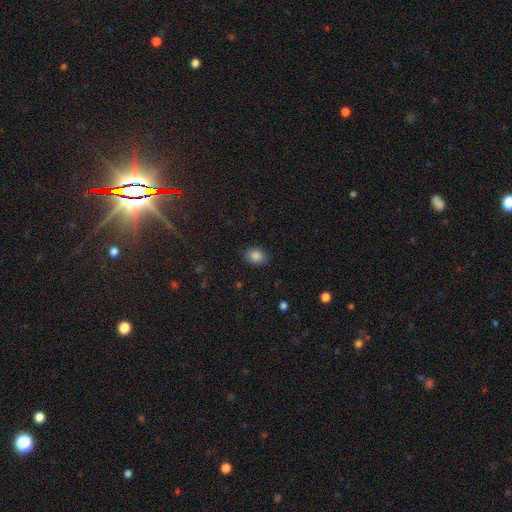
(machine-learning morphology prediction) A smooth galaxy with no disk features (86%) that is in between round and cigar-shaped (67%). Merging: none (86%).